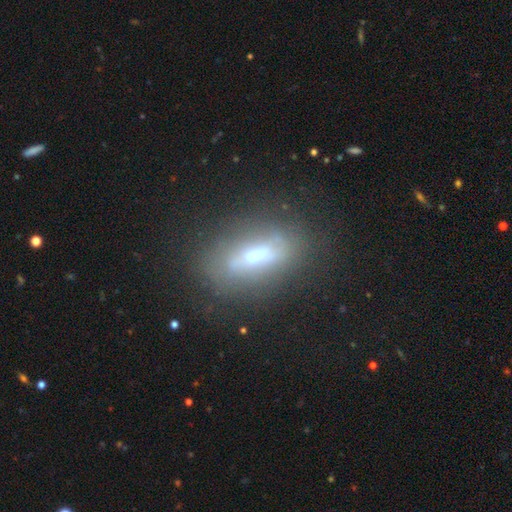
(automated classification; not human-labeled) This is possibly a featured or disk galaxy (55%). It is possibly not viewed edge-on (58%). Merging: likely none (75%).